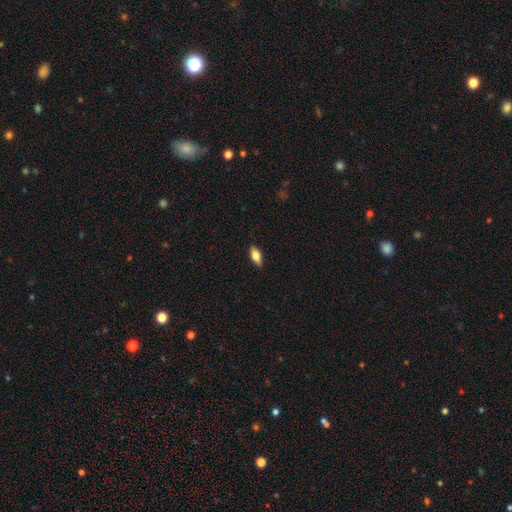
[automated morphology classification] A smooth galaxy with no disk features (72%) that is in between round and cigar-shaped (80%). Merging: none (86%).